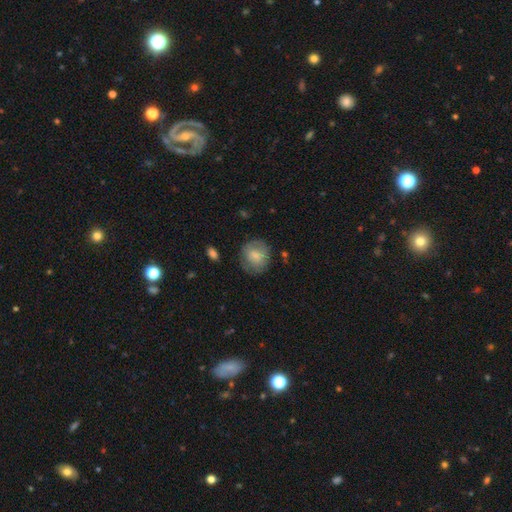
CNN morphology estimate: type=smooth (70%); roundness=round (78%); merging=none (71%).